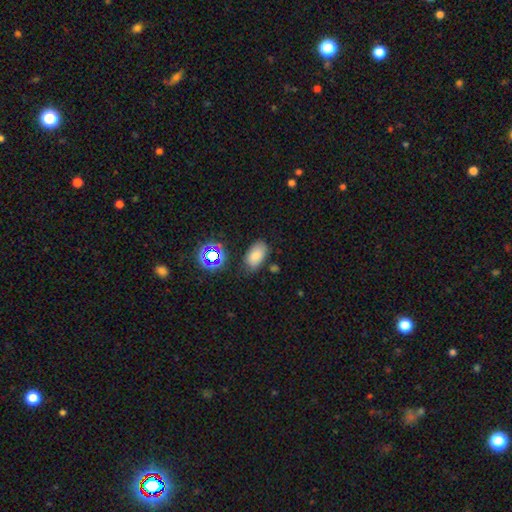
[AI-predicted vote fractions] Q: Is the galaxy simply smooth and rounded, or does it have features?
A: smooth — 77%.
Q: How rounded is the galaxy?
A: in between — 91%.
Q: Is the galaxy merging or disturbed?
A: none — 75%.